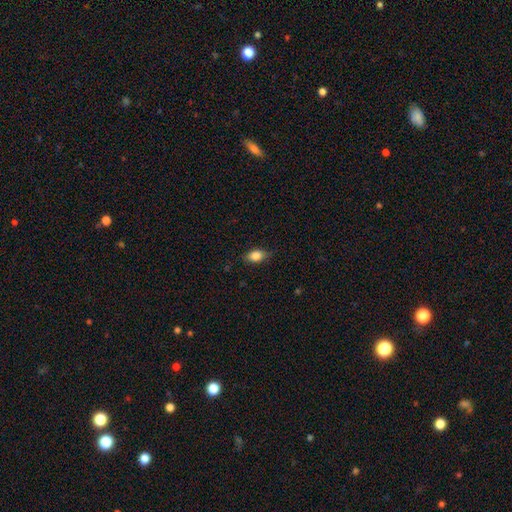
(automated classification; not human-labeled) A smooth galaxy with no disk features (83%) that is in between round and cigar-shaped (79%). Merging: none (80%).